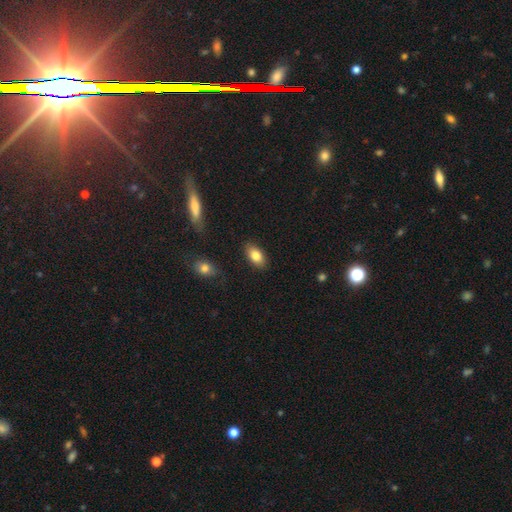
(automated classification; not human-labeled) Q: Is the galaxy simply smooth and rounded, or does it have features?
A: smooth — 83%.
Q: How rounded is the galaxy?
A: in between — 91%.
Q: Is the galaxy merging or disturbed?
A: none — 86%.